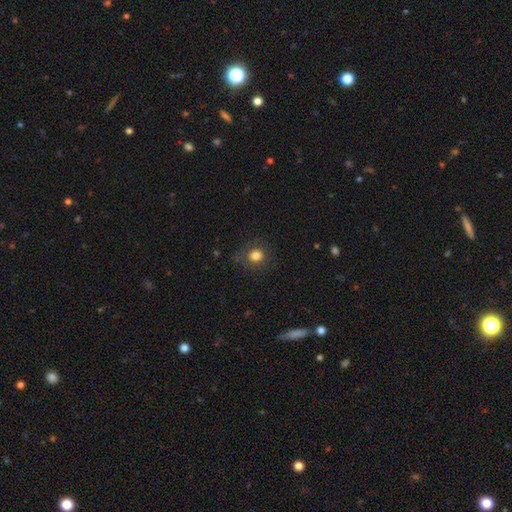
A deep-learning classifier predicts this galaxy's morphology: Smooth or featured: smooth — 80% (star or artifact — 12%)
How rounded: round — 82% (in between — 17%)
Merging: none — 82% (minor disturbance — 12%)